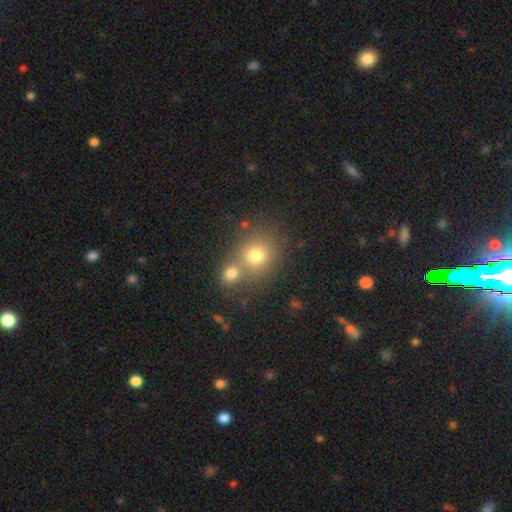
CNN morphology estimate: type=smooth (74%); roundness=round (80%); merging=none (51%).